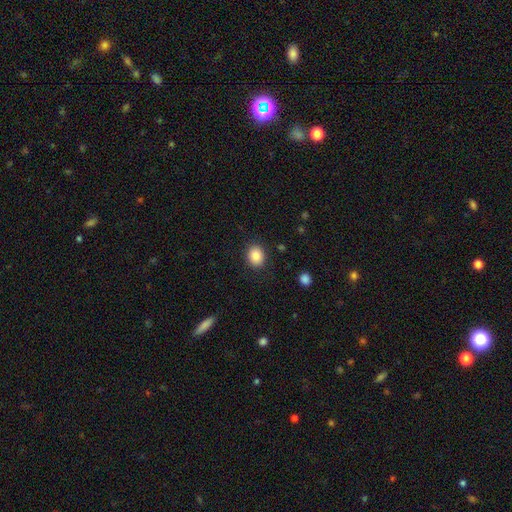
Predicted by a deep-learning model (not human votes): Smooth or featured: smooth — 85% (star or artifact — 9%)
How rounded: round — 56% (in between — 43%)
Merging: none — 88% (minor disturbance — 8%)